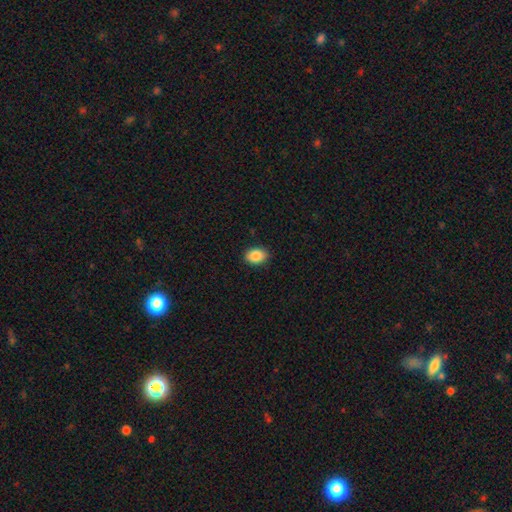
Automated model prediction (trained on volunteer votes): smooth-or-featured: smooth: 87% | star or artifact: 8% | featured or disk: 5%
  how-rounded: in between: 76% | round: 23% | cigar-shaped: 1%
  merging: none: 88% | minor disturbance: 9% | major disturbance: 2% | merger: 1%